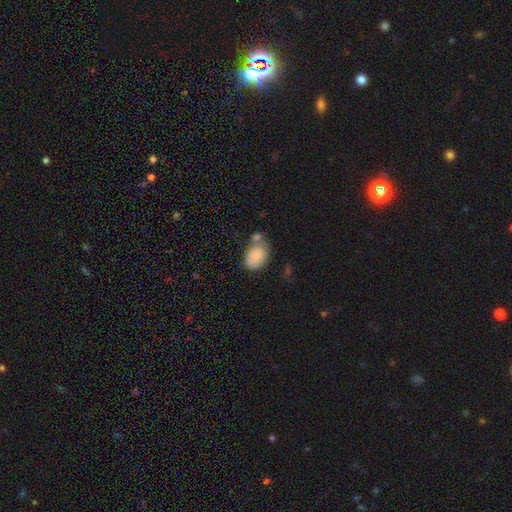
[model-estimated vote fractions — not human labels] Morphology: type=smooth (77%); roundness=in between (72%); merging=none (41%).